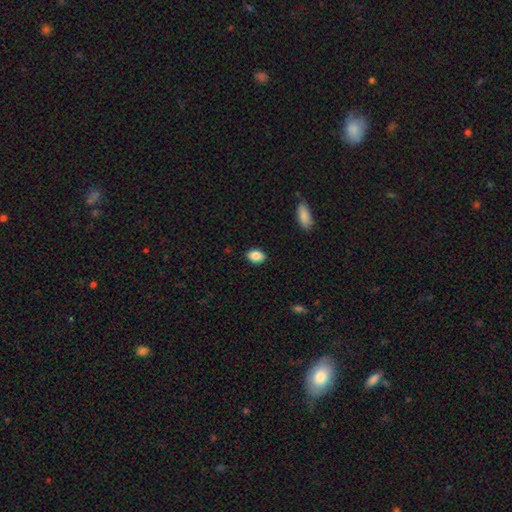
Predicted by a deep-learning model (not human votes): The model was most divided on "how rounded": in between: 85%, round: 14%, cigar-shaped: 2%. More confident: merging — none (88%); smooth or featured — smooth (87%).